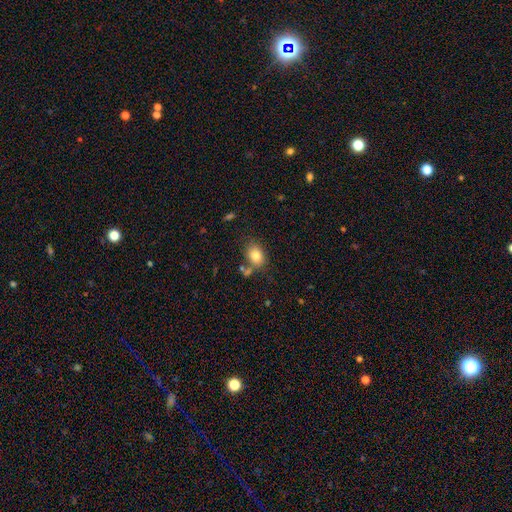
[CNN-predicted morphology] This appears to be a smooth galaxy with no disk features (80%) that is in between round and cigar-shaped (69%). Merging: none (67%).